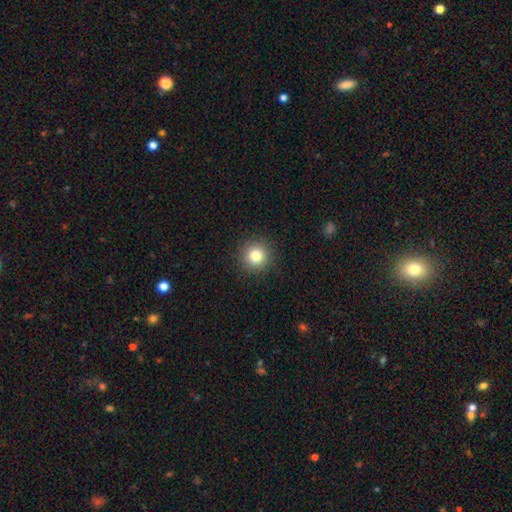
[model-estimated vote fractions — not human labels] smooth-or-featured: smooth: 81% | star or artifact: 12% | featured or disk: 7%
  how-rounded: round: 95% | in between: 4% | cigar-shaped: 1%
  merging: none: 92% | minor disturbance: 5% | major disturbance: 2% | merger: 1%